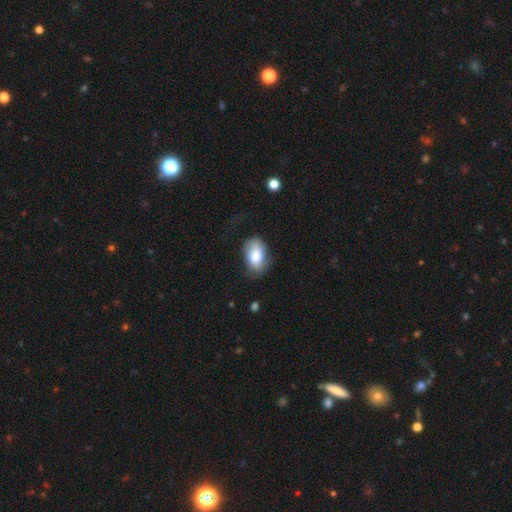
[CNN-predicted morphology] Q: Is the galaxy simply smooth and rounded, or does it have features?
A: smooth — 77%.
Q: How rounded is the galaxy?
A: in between — 89%.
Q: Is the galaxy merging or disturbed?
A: none — 66%.